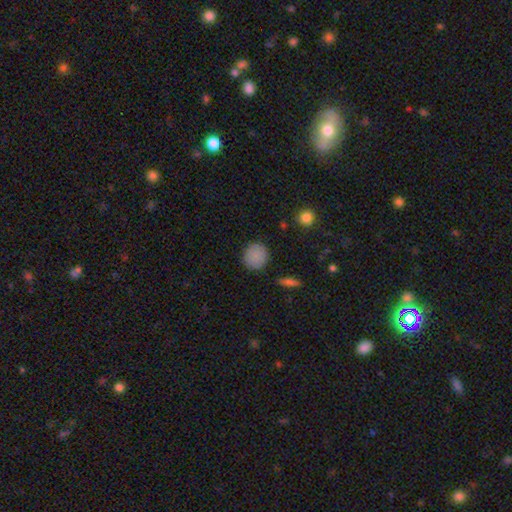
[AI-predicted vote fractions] Smooth or featured? Predicted: smooth (p=0.85). How rounded? Predicted: round (p=0.89). Merging? Predicted: none (p=0.87).